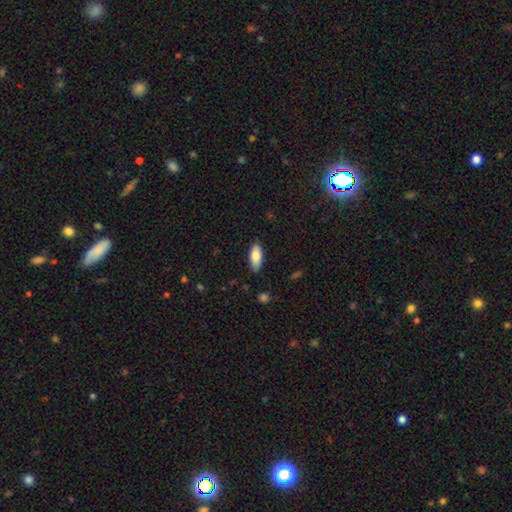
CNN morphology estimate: This is clearly a smooth galaxy (81%). How rounded: clearly in between (84%). Merging: clearly none (84%).